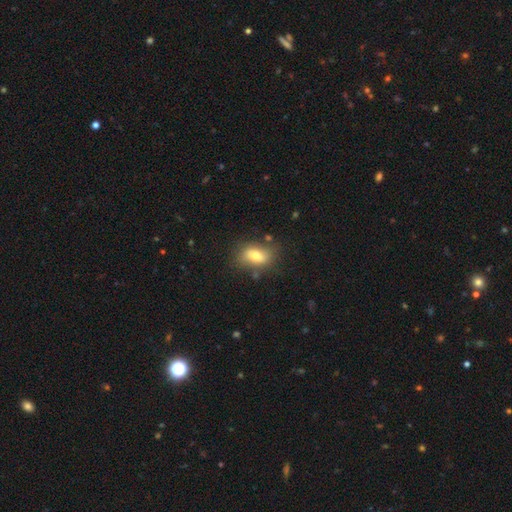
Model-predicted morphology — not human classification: Q: Smooth or featured?
A: smooth (70%); runner-up: featured or disk (22%)
Q: How rounded?
A: in between (81%); runner-up: round (16%)
Q: Merging?
A: none (73%); runner-up: minor disturbance (17%)